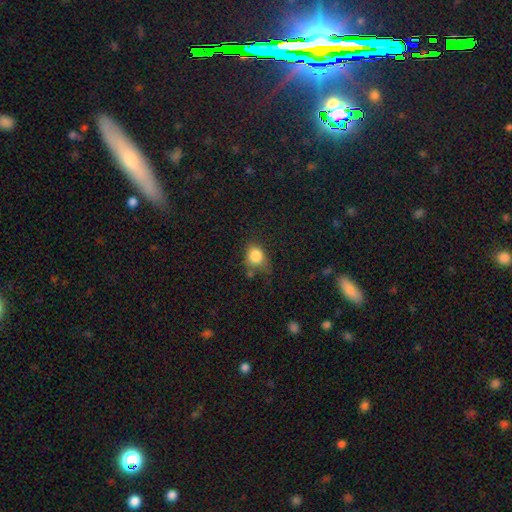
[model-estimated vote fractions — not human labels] Morphology: type=smooth (83%); roundness=round (55%); merging=none (47%).